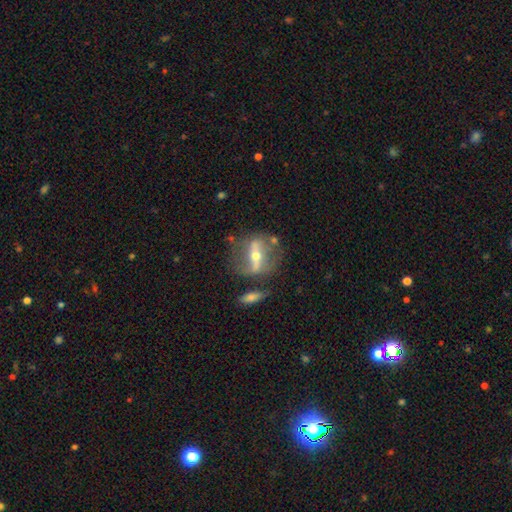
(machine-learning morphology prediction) This appears to be a featured or disk galaxy (76%) with a strong bar (71%), no spiral arms (53%) and a moderate central bulge (59%). Merging: none (63%).